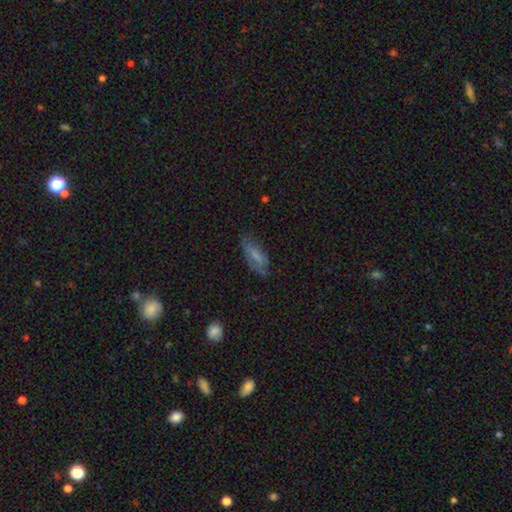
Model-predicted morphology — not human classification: Smooth or featured? smooth (61%)
How rounded? in between (65%)
Merging? none (67%)